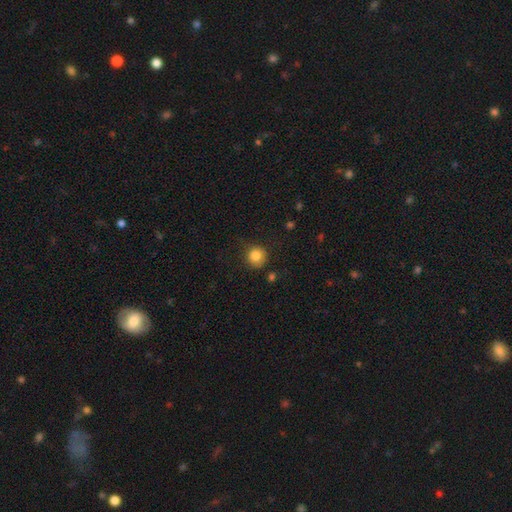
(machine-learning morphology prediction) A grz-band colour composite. It shows a smooth galaxy with no disk features (84%) that is round (92%). Merging: none (82%).